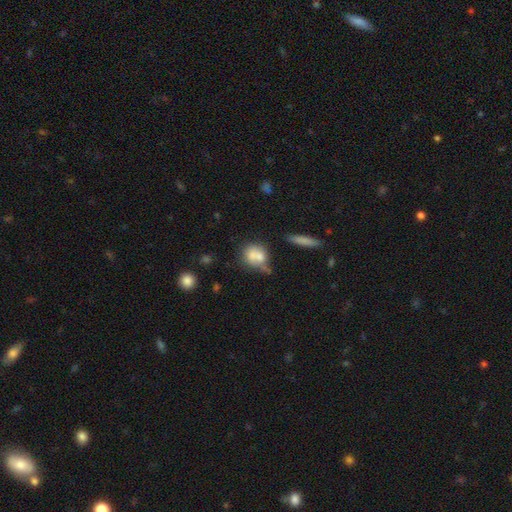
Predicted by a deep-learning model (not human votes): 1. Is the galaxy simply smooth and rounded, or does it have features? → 70% smooth, 20% featured or disk, 10% star or artifact.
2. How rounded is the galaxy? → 64% round, 34% in between, 2% cigar-shaped.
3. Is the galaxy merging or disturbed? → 42% merger, 34% none, 16% minor disturbance, 8% major disturbance.